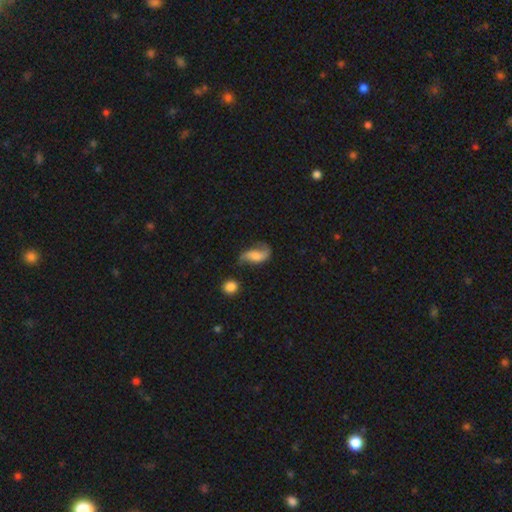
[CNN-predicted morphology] This appears to be a featured or disk galaxy (68%) with no bar (56%), 2 (87%) loose (76%) spiral arms (93%) and a small central bulge (31%). Merging: none (58%).